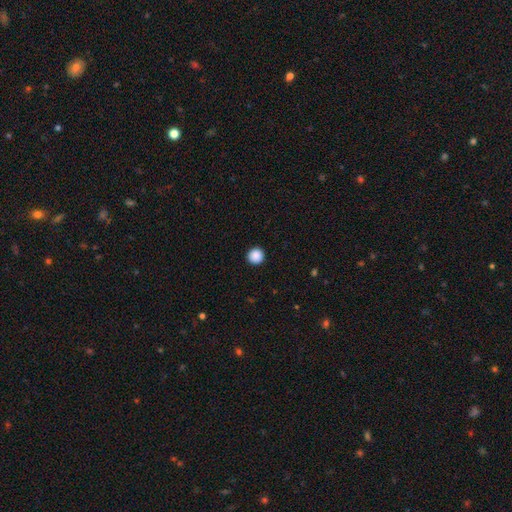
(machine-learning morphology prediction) smooth-or-featured: smooth: 89% | star or artifact: 9% | featured or disk: 2%
  how-rounded: round: 96% | in between: 3% | cigar-shaped: 1%
  merging: none: 94% | minor disturbance: 4% | major disturbance: 1% | merger: 1%